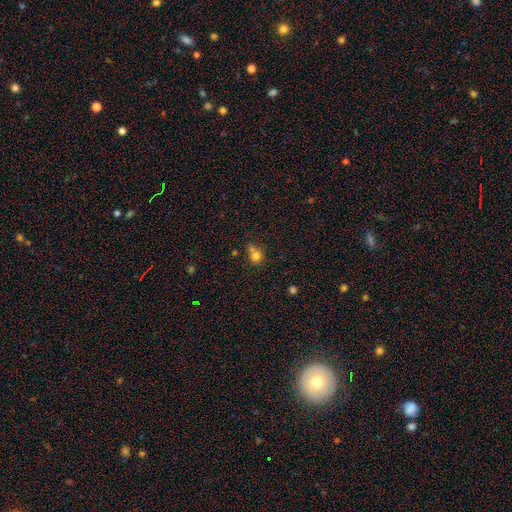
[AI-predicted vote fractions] Smooth or featured? Predicted: smooth (p=0.76). How rounded? Predicted: round (p=0.82). Merging? Predicted: none (p=0.45).